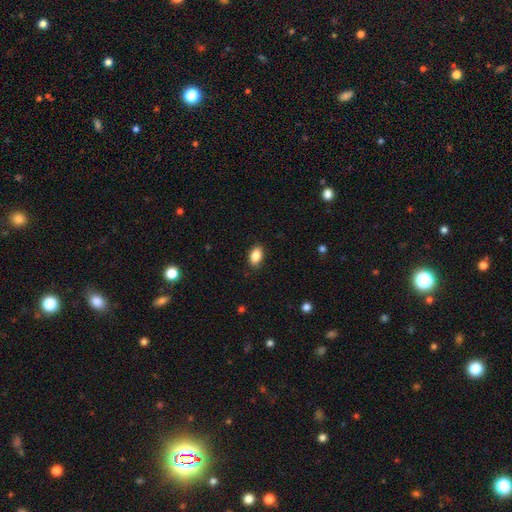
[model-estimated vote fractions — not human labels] A smooth galaxy with no disk features (88%) that is in between round and cigar-shaped (91%). Merging: none (87%).